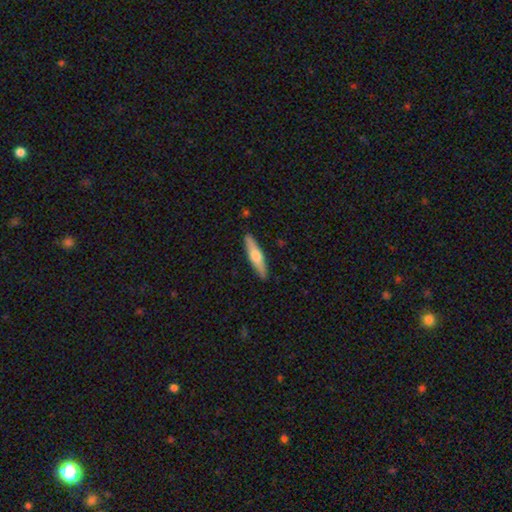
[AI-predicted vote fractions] smooth 54%, featured or disk 40%, star or artifact 5%. Down the decision tree: how rounded — cigar-shaped (82%); merging — none (89%).